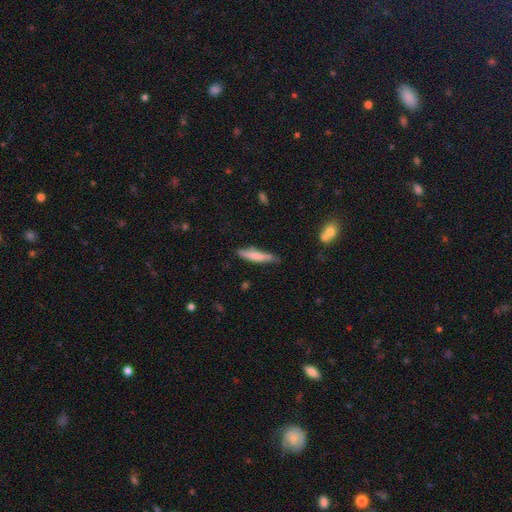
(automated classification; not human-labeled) smooth_or_featured: smooth (p=0.69) [alt: featured or disk p=0.25]
how_rounded: cigar-shaped (p=0.89) [alt: in between p=0.10]
merging: none (p=0.74) [alt: minor disturbance p=0.20]